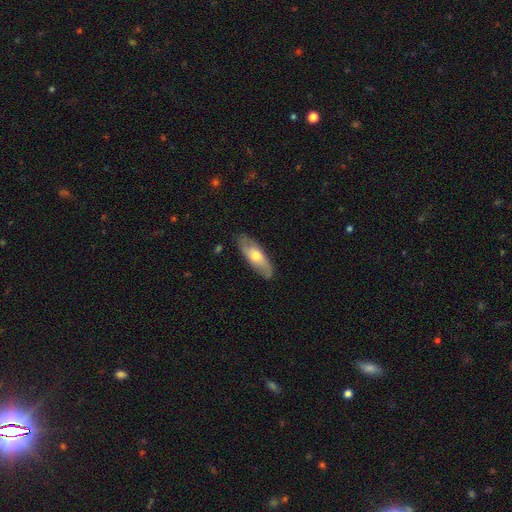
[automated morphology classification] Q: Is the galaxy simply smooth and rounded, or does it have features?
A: smooth — 57%.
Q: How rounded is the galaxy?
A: in between — 63%.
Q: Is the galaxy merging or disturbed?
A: none — 82%.